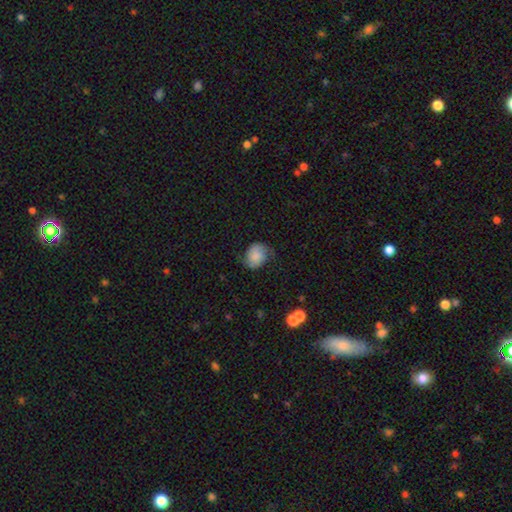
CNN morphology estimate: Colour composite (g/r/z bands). It shows a smooth galaxy with no disk features (50%) that is round (54%). Merging: none (63%).